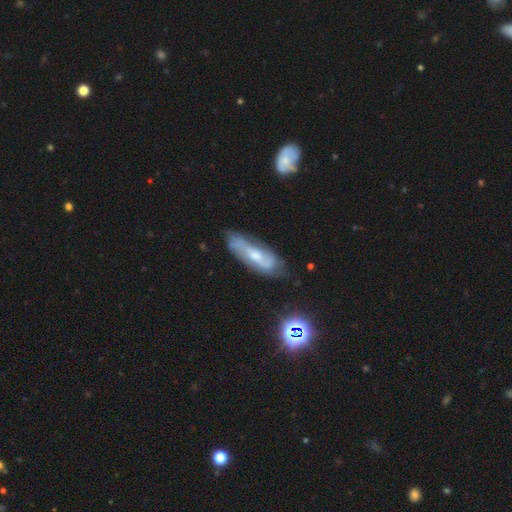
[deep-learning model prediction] Q: Smooth or featured?
A: featured or disk (65%); runner-up: smooth (26%)
Q: Edge-on disk?
A: no (81%); runner-up: yes (19%)
Q: Bar?
A: no (49%); runner-up: weak (40%)
Q: Spiral arms?
A: yes (83%); runner-up: no (17%)
Q: Bulge size?
A: moderate (54%); runner-up: small (36%)
Q: Merging?
A: none (64%); runner-up: minor disturbance (24%)